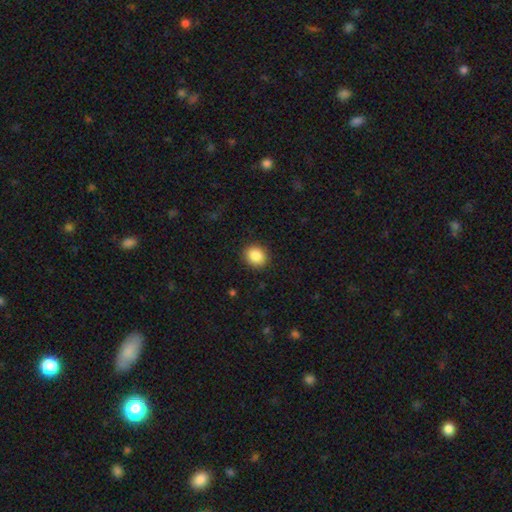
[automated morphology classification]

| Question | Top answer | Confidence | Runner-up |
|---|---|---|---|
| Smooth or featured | smooth | 88% | star or artifact (8%) |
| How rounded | round | 67% | in between (33%) |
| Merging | none | 89% | minor disturbance (8%) |